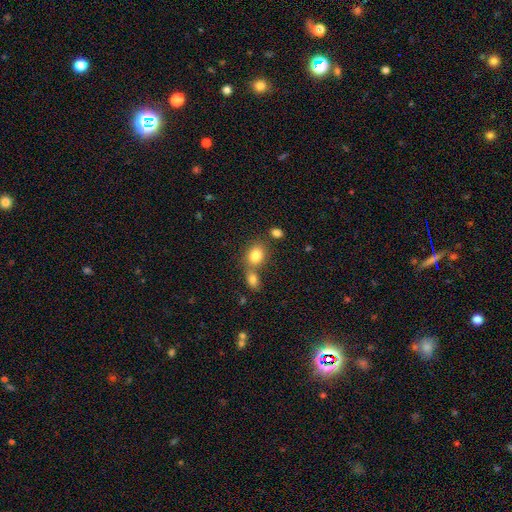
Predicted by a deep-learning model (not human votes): smooth 81%, star or artifact 10%, featured or disk 9%. Down the decision tree: how rounded — in between (52%); merging — none (49%).